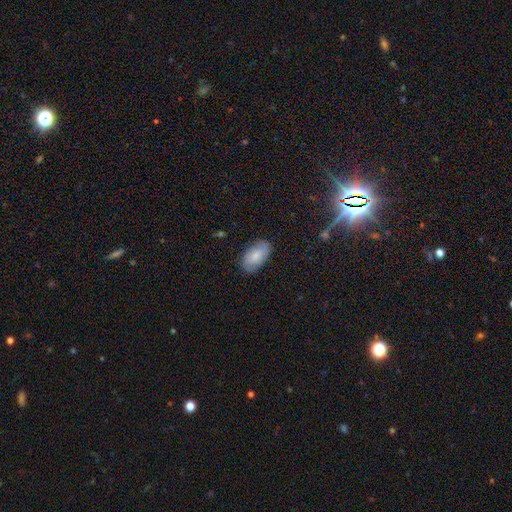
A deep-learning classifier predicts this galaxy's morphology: Smooth or featured? smooth (76%)
How rounded? in between (94%)
Merging? none (81%)